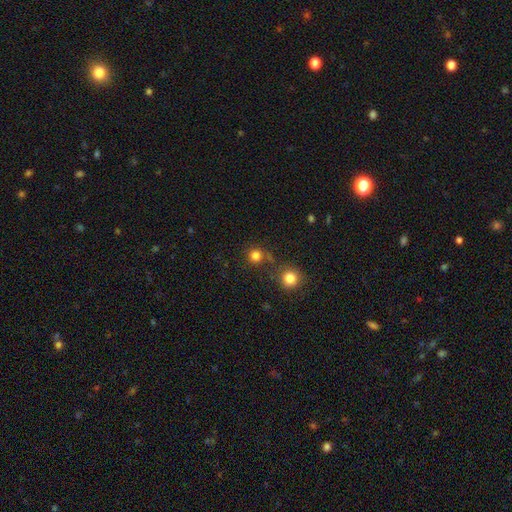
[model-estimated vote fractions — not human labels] smooth_or_featured: smooth (p=0.80) [alt: star or artifact p=0.15]
how_rounded: round (p=0.94) [alt: in between p=0.05]
merging: none (p=0.78) [alt: merger p=0.11]